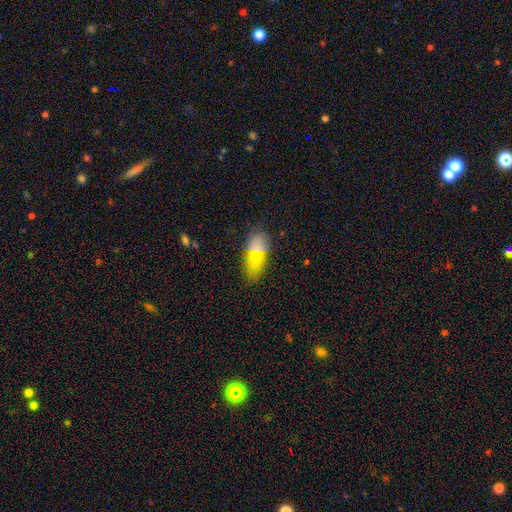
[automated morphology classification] Smooth or featured? smooth (68%)
How rounded? in between (83%)
Merging? none (77%)